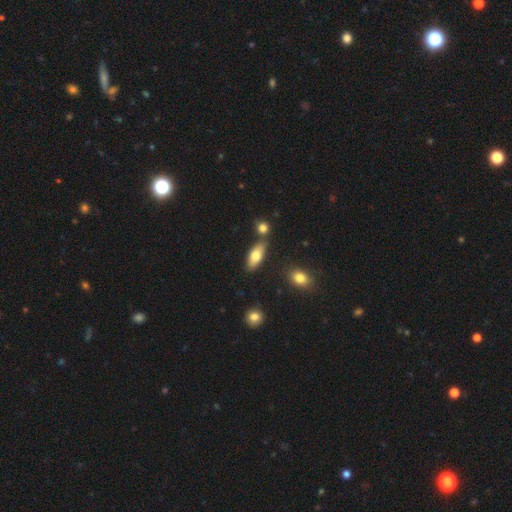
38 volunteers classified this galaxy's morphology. smooth 66%, featured or disk 32%, star or artifact 3%. Down the decision tree: how rounded — in between (76%); merging — none (68%).